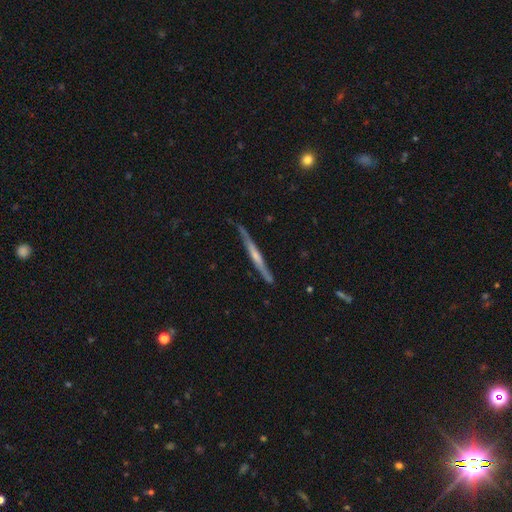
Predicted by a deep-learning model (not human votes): featured or disk 68%, smooth 27%, star or artifact 5%. Down the decision tree: edge-on disk — yes (97%); edge-on bulge — none (49%); merging — none (83%).